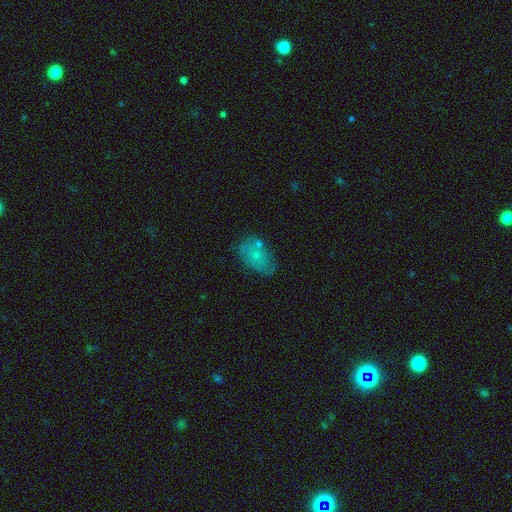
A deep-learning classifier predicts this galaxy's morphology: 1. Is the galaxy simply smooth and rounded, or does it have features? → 64% smooth, 25% featured or disk, 10% star or artifact.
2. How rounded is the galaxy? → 89% in between, 9% round, 2% cigar-shaped.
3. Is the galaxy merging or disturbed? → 62% none, 22% minor disturbance, 9% merger, 8% major disturbance.